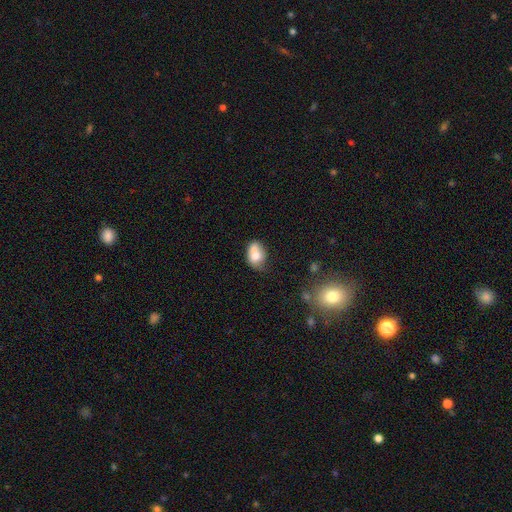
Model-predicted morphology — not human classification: smooth 71%, featured or disk 20%, star or artifact 9%. Down the decision tree: how rounded — in between (71%); merging — merger (32%, tied with none).